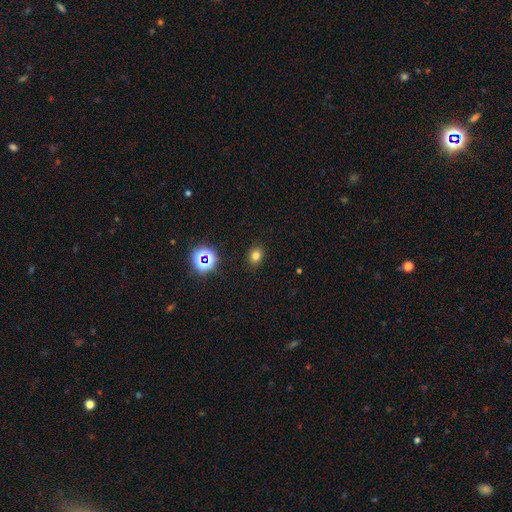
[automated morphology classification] Q: Smooth or featured?
A: smooth (74%); runner-up: star or artifact (19%)
Q: How rounded?
A: round (58%); runner-up: in between (41%)
Q: Merging?
A: none (88%); runner-up: minor disturbance (8%)